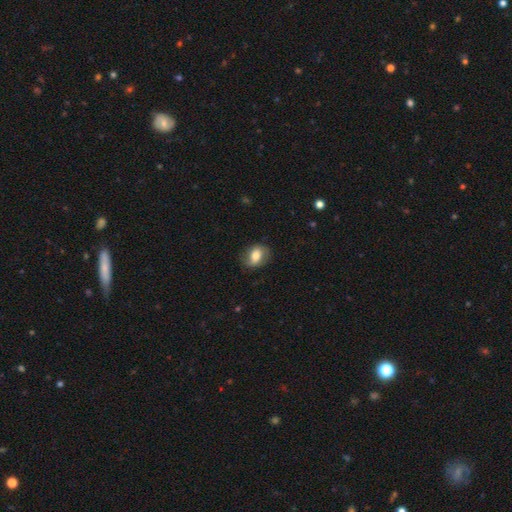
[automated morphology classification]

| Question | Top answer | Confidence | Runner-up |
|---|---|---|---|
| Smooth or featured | smooth | 59% | featured or disk (33%) |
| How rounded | in between | 65% | round (33%) |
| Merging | none | 76% | minor disturbance (17%) |